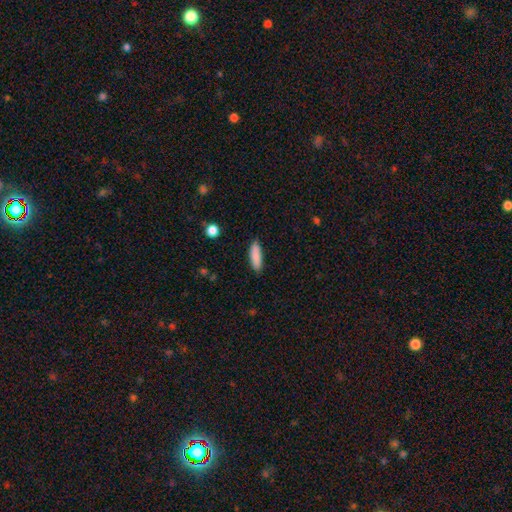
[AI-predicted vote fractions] Smooth or featured? smooth (87%)
How rounded? cigar-shaped (54%)
Merging? none (87%)